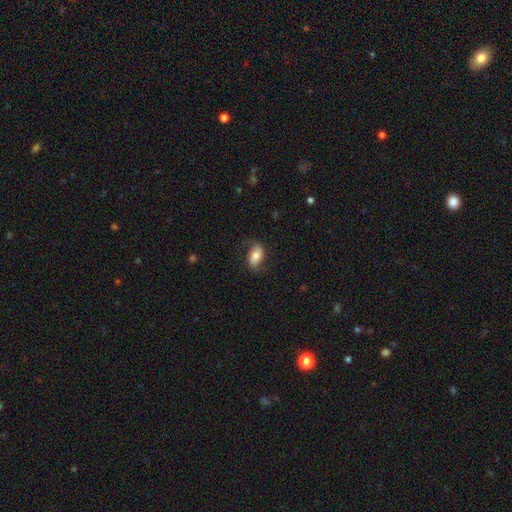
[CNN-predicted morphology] Smooth or featured? smooth (55%)
How rounded? in between (89%)
Merging? none (69%)